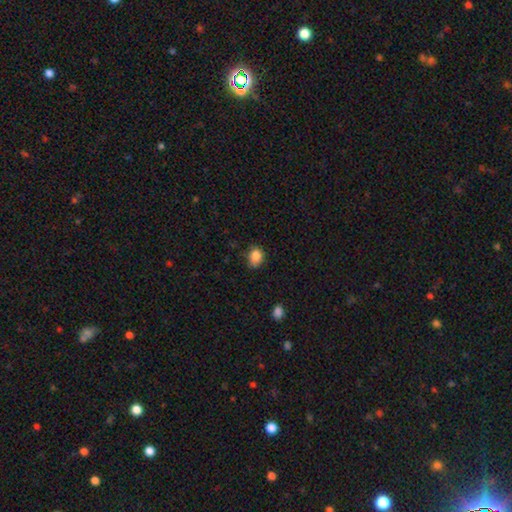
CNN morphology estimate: Smooth or featured? smooth (85%)
How rounded? in between (52%)
Merging? none (66%)